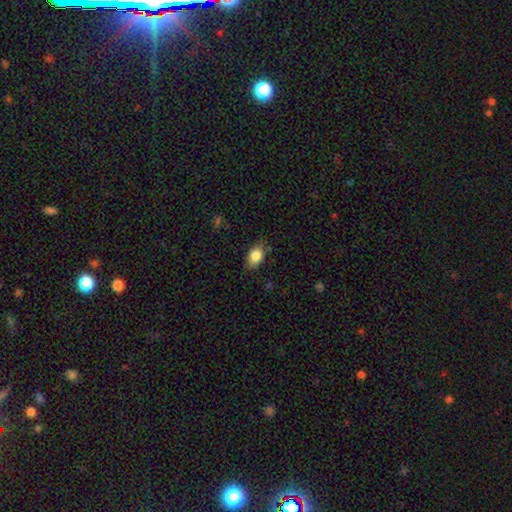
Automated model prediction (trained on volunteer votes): Smooth or featured? Predicted: smooth (p=0.84). How rounded? Predicted: in between (p=0.84). Merging? Predicted: none (p=0.78).